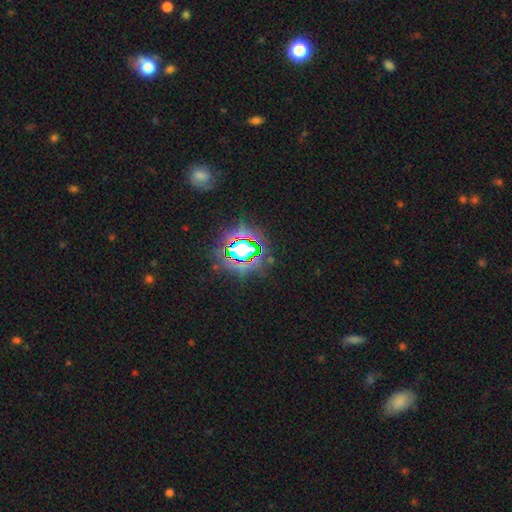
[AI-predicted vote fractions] Q: Smooth or featured?
A: star or artifact (80%); runner-up: smooth (13%)